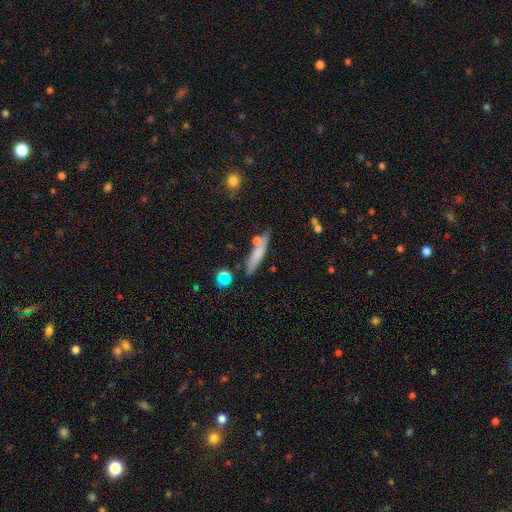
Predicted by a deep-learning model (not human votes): A smooth galaxy with no disk features (54%) that is cigar-shaped (85%).

Vote fractions:
- Smooth or featured? smooth: 54% / featured or disk: 34% / star or artifact: 12%
- How rounded? cigar-shaped: 85% / in between: 12% / round: 3%
- Merging? none: 76% / minor disturbance: 14% / merger: 6% / major disturbance: 4%